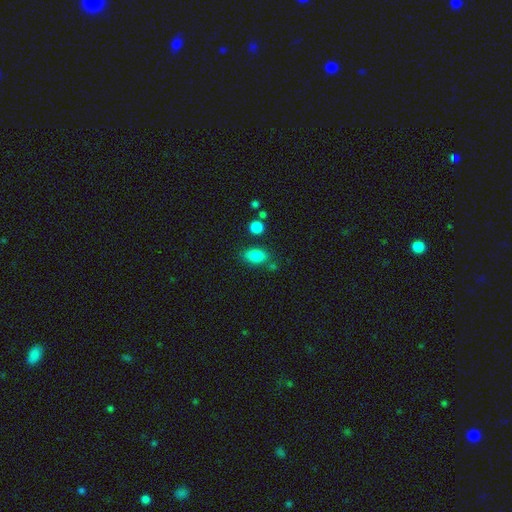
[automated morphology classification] Q: Smooth or featured?
A: smooth (85%); runner-up: star or artifact (9%)
Q: How rounded?
A: in between (85%); runner-up: round (12%)
Q: Merging?
A: none (75%); runner-up: minor disturbance (14%)